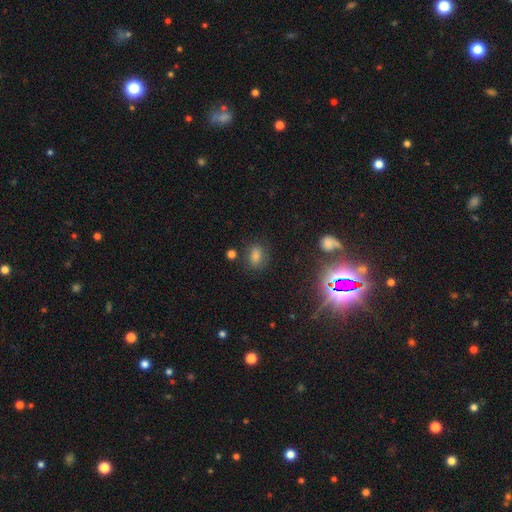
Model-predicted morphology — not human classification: smooth-or-featured: smooth: 60% | star or artifact: 28% | featured or disk: 12%
  how-rounded: in between: 71% | round: 26% | cigar-shaped: 3%
  merging: none: 78% | minor disturbance: 13% | major disturbance: 5% | merger: 4%